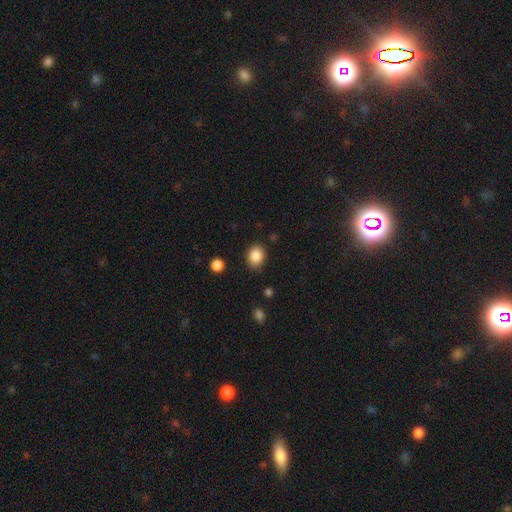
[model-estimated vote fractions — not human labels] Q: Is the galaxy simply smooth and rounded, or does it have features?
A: smooth — 87%.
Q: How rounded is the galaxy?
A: round — 50%.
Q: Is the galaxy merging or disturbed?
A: none — 84%.